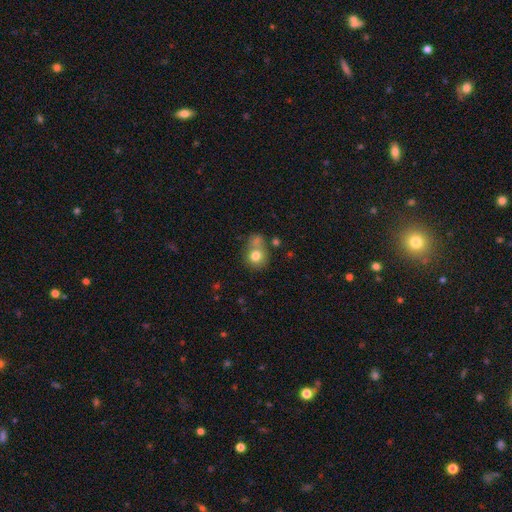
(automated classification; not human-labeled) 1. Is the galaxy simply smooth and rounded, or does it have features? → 76% smooth, 13% featured or disk, 10% star or artifact.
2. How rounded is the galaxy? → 73% round, 26% in between, 1% cigar-shaped.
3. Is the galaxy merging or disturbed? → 43% none, 33% merger, 16% minor disturbance, 8% major disturbance.